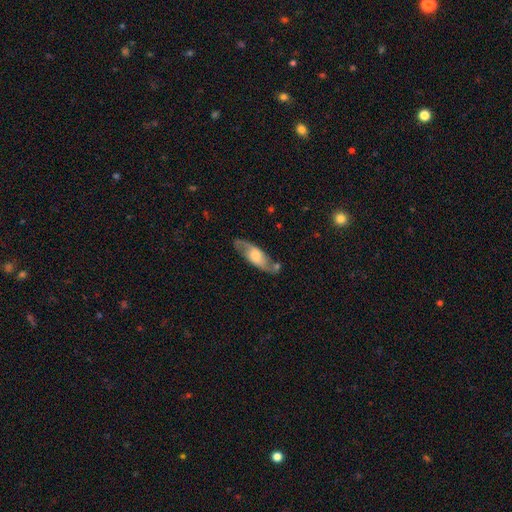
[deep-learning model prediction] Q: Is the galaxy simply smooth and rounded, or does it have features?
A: featured or disk — 62%.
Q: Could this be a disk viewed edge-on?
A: no — 72%.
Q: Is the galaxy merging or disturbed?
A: none — 71%.